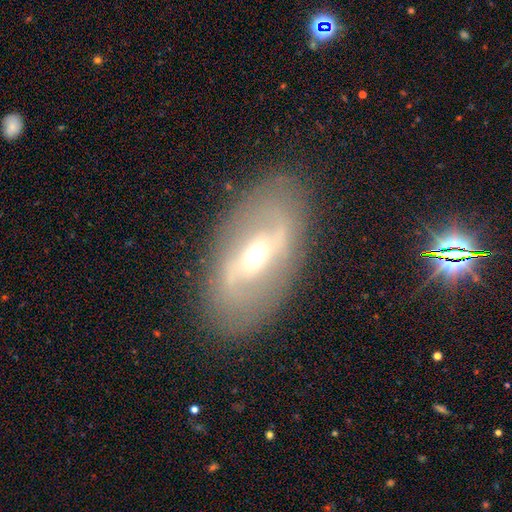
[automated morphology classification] Overall: featured or disk (77%). Edge-on disk: no (91%). Bar: weak (44%; strong 38%). Spiral arms: yes (76%). Spiral arm count: 2 (83%). Spiral winding: loose (41%; medium 38%). Bulge size: moderate (61%; small 28%). Merging: none (82%).